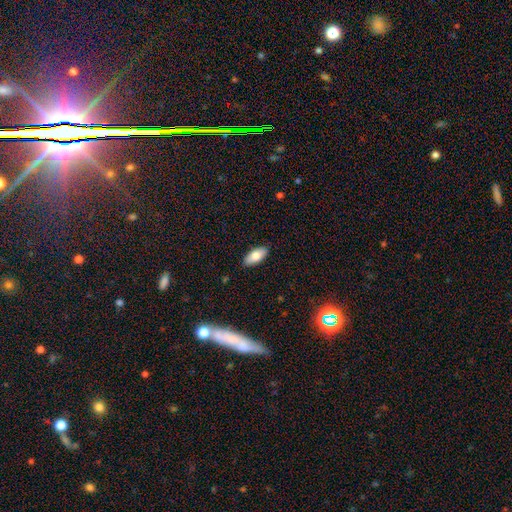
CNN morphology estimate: Q: Smooth or featured?
A: smooth (78%); runner-up: featured or disk (15%)
Q: How rounded?
A: in between (89%); runner-up: cigar-shaped (9%)
Q: Merging?
A: none (89%); runner-up: minor disturbance (8%)